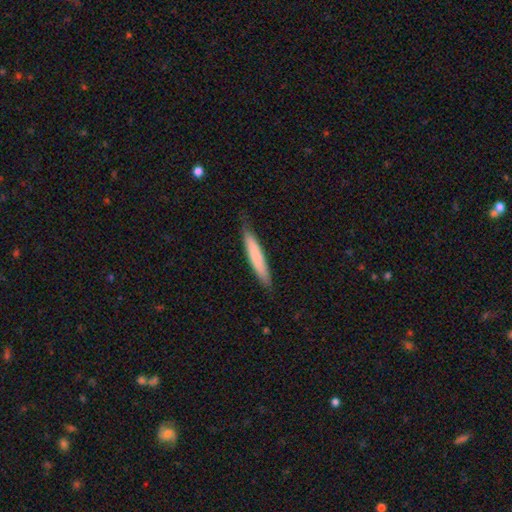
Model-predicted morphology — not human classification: A smooth galaxy with no disk features (75%) that is cigar-shaped (93%). Merging: none (82%).